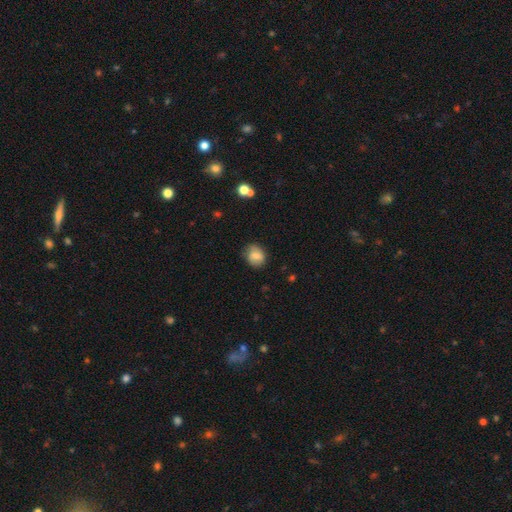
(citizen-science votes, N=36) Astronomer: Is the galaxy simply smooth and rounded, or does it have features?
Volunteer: smooth — 94%.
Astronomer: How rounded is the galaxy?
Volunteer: round — 65%.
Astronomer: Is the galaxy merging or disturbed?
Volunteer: none — 69%.